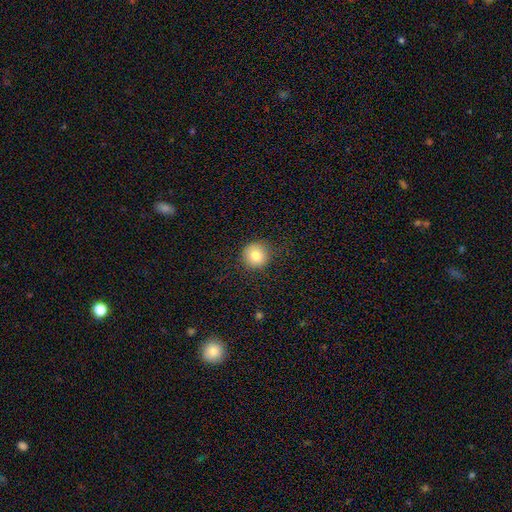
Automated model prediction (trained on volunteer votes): A smooth galaxy with no disk features (80%) that is round (94%). Merging: none (87%).